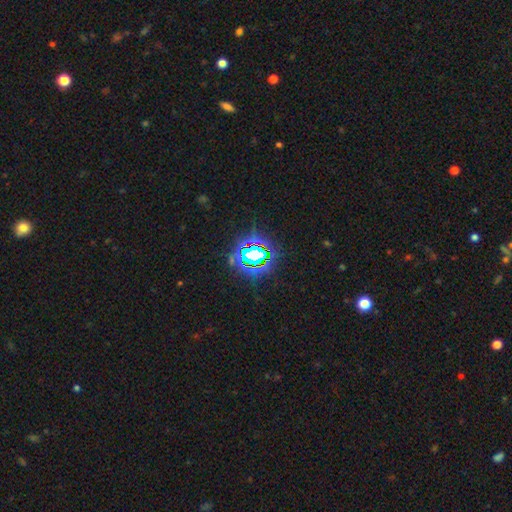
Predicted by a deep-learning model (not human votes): A star or artifact, not a galaxy (82%).